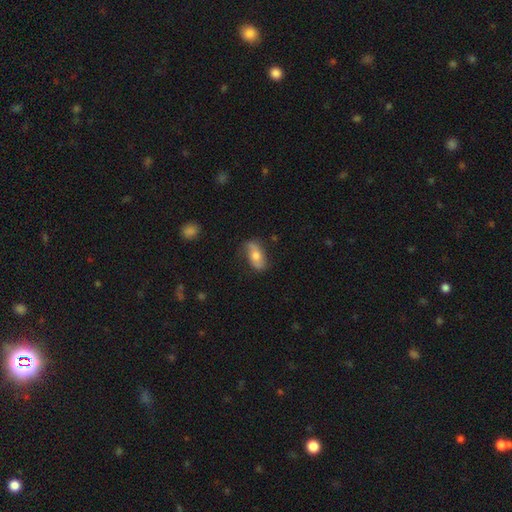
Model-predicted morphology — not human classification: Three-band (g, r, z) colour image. It shows a smooth galaxy with no disk features (52%) that is in between round and cigar-shaped (85%). Merging: none (70%).